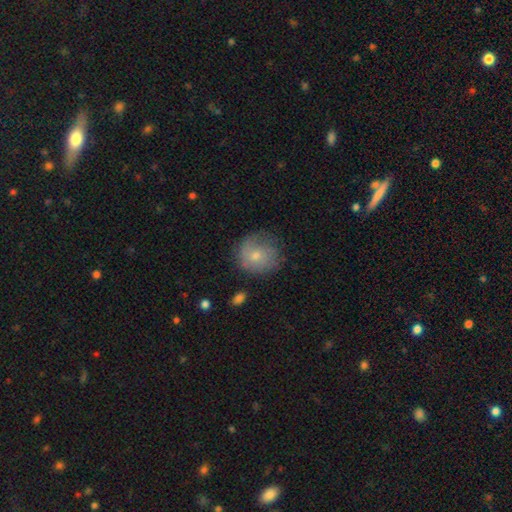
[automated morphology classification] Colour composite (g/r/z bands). It shows a smooth galaxy with no disk features (66%) that is round (86%). Merging: none (63%).